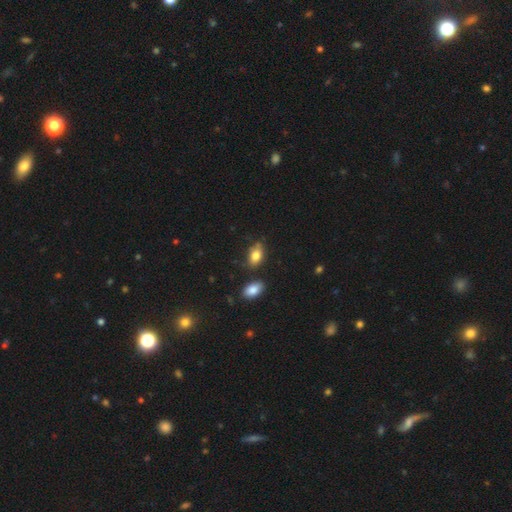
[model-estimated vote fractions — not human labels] smooth 82%, featured or disk 10%, star or artifact 8%. Down the decision tree: how rounded — in between (88%); merging — none (66%).